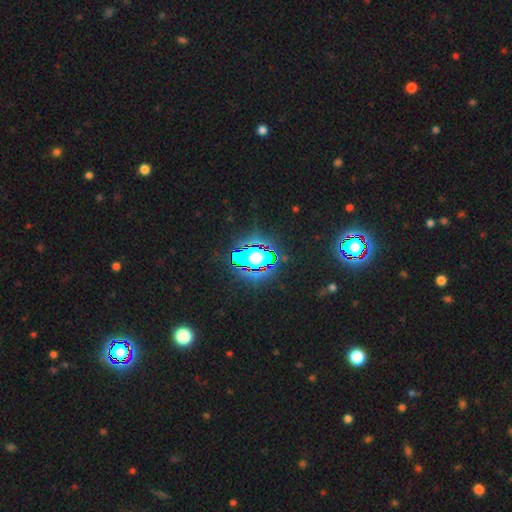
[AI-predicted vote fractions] smooth_or_featured: star or artifact (p=0.81) [alt: smooth p=0.10]